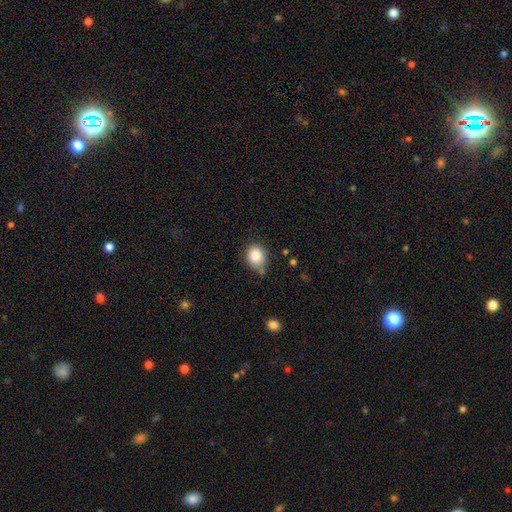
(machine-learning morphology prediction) A smooth galaxy with no disk features (85%) that is round (62%).

Vote fractions:
- Smooth or featured? smooth: 85% / star or artifact: 9% / featured or disk: 6%
- How rounded? round: 62% / in between: 37% / cigar-shaped: 1%
- Merging? none: 64% / minor disturbance: 25% / merger: 6% / major disturbance: 5%